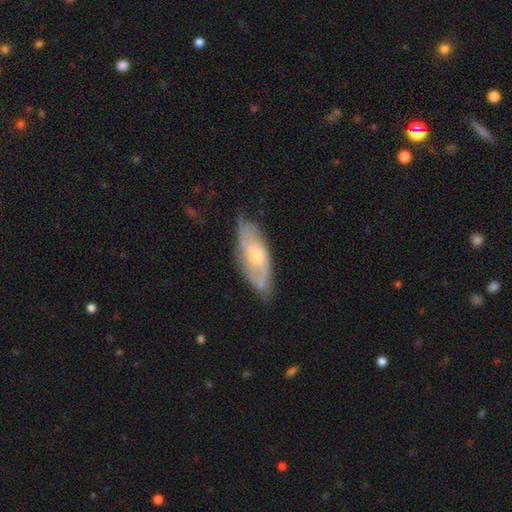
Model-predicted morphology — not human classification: smooth-or-featured: featured or disk: 68% | smooth: 26% | star or artifact: 6%
  disk-edge-on: no: 83% | yes: 17%
    bar: no: 67% | weak: 28% | strong: 5%
    has-spiral-arms: yes: 83% | no: 17%
    bulge-size: moderate: 56% | small: 39% | large: 3% | none: 1% | dominant: 1%
  merging: none: 71% | minor disturbance: 22% | major disturbance: 5% | merger: 2%